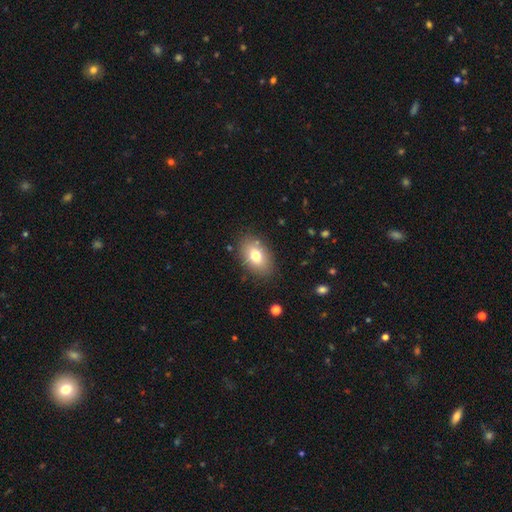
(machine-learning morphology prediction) smooth-or-featured: smooth: 76% | featured or disk: 16% | star or artifact: 9%
  how-rounded: in between: 87% | round: 12% | cigar-shaped: 1%
  merging: none: 84% | minor disturbance: 11% | major disturbance: 3% | merger: 2%